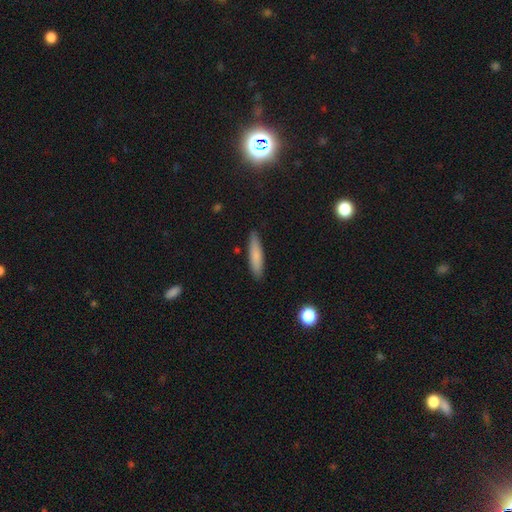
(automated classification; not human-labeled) A smooth galaxy with no disk features (79%) that is cigar-shaped (83%). Merging: none (87%).